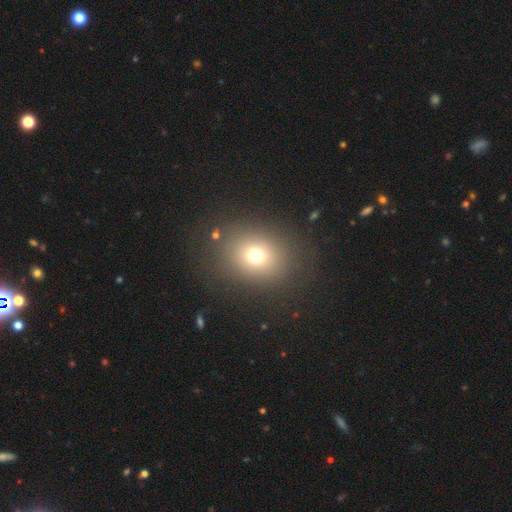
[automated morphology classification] smooth_or_featured: smooth (p=0.70) [alt: star or artifact p=0.18]
how_rounded: round (p=0.62) [alt: in between p=0.37]
merging: none (p=0.82) [alt: minor disturbance p=0.09]